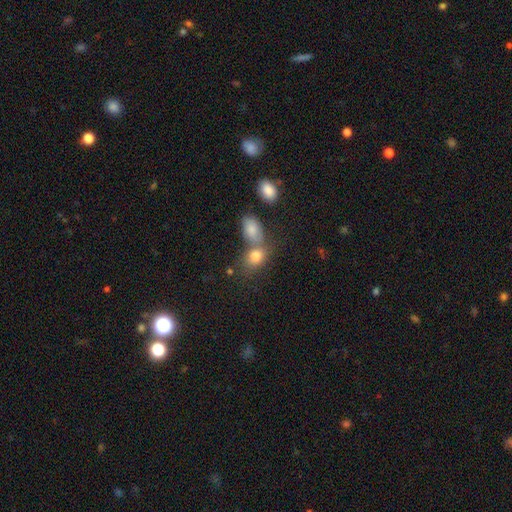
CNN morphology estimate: smooth 79%, star or artifact 11%, featured or disk 10%. Down the decision tree: how rounded — in between (67%); merging — merger (43%).